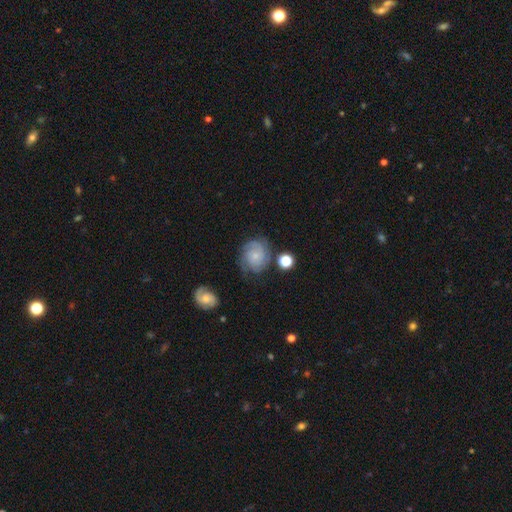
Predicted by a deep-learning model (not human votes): This is likely a featured or disk galaxy (71%). It is clearly not viewed edge-on (98%). Bar: likely no (76%). Spiral arm pattern: clearly yes (94%). Spiral arm count: marginally 2 (38%). Spiral winding: likely tight (63%). Central bulge: likely small (73%). Merging: likely none (69%).